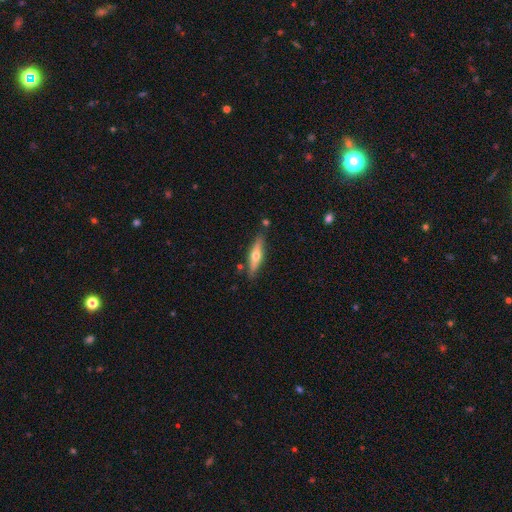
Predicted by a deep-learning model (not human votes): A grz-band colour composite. It shows a featured or disk galaxy (54%) viewed edge-on (91%). Merging: none (81%).